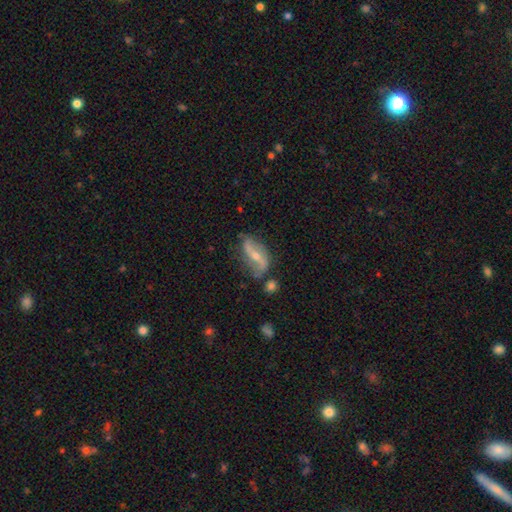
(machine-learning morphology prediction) The model was most divided on "bulge size": small: 52%, moderate: 44%, none: 2%, large: 2%, dominant: 1%. Remaining: edge-on disk — no (89%); spiral arm count — 2 (88%); spiral arms — yes (87%); smooth or featured — featured or disk (77%); spiral winding — loose (70%); merging — none (65%); bar — strong (42%).